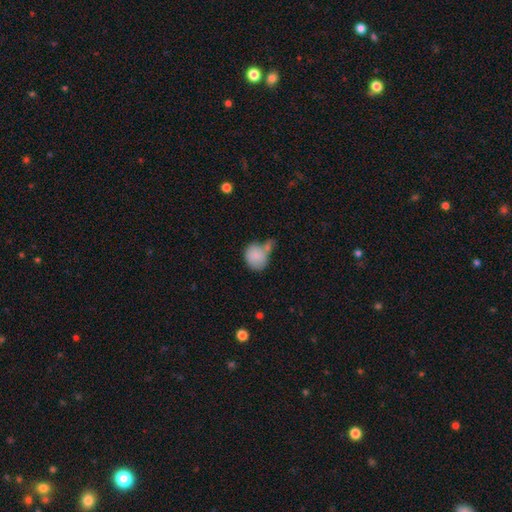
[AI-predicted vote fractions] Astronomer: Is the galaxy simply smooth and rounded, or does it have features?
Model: smooth — 83%.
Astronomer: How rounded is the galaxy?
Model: round — 60% (runner-up: in between, 39%).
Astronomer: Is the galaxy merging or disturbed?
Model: merger — 34% (runner-up: none, 33%).